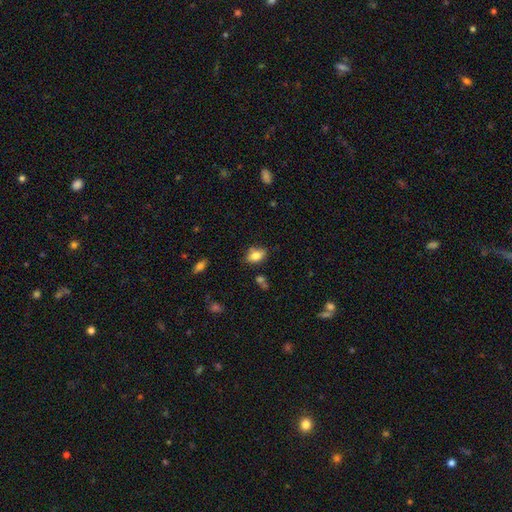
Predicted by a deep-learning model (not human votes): Smooth or featured? Predicted: smooth (p=0.77). How rounded? Predicted: in between (p=0.80). Merging? Predicted: none (p=0.72).